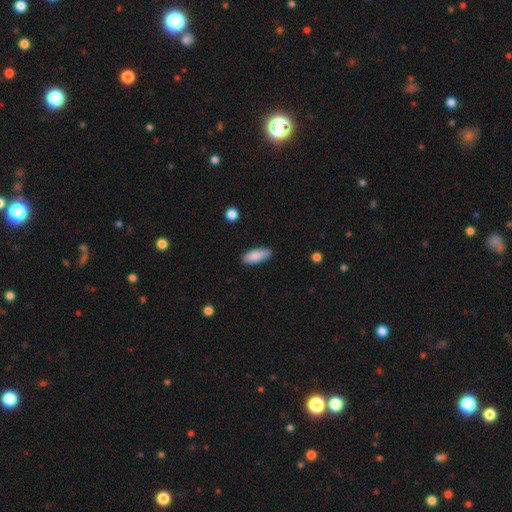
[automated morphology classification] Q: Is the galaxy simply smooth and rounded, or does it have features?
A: smooth — 87%.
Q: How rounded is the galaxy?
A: in between — 74%.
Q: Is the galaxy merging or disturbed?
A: none — 86%.